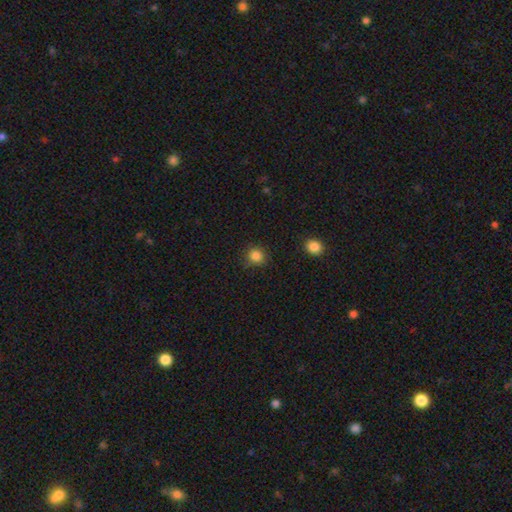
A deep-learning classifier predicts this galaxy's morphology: A smooth galaxy with no disk features (85%) that is round (88%). Merging: none (84%).